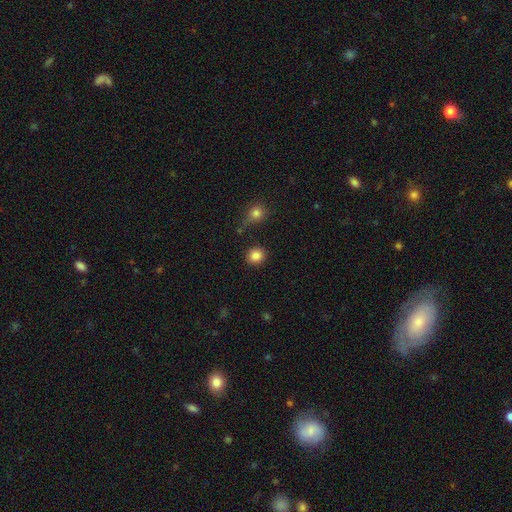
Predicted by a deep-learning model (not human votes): Overall: smooth (85%). How rounded: round (87%). Merging: none (85%).